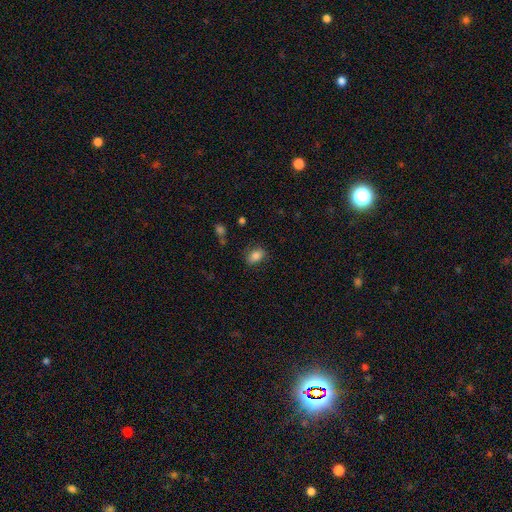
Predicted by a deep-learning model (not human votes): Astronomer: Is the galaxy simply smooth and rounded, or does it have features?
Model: smooth — 83%.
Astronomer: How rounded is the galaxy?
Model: in between — 82%.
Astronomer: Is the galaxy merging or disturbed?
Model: none — 76%.